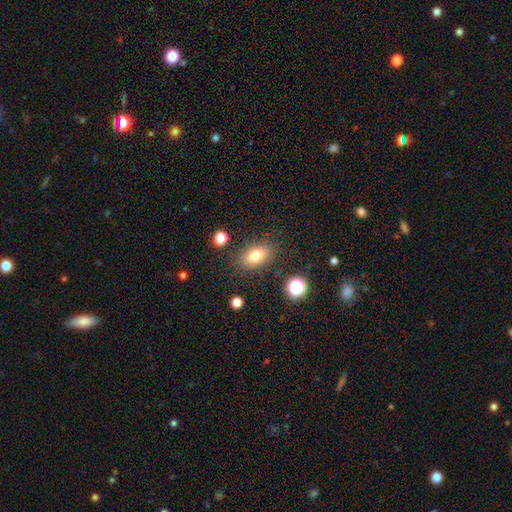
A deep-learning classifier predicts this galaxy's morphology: Overall: smooth (80%). How rounded: in between (83%). Merging: none (83%).